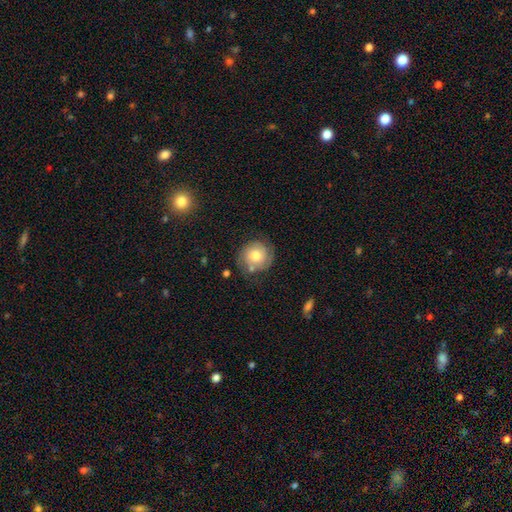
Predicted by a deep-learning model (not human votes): Smooth or featured? smooth (57%)
How rounded? round (89%)
Merging? none (68%)